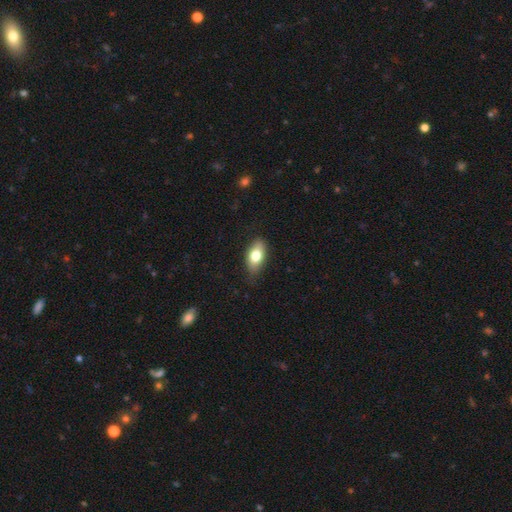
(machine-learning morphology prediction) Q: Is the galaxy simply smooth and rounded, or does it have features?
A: smooth — 75%.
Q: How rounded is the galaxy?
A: in between — 88%.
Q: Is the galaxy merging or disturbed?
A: none — 80%.